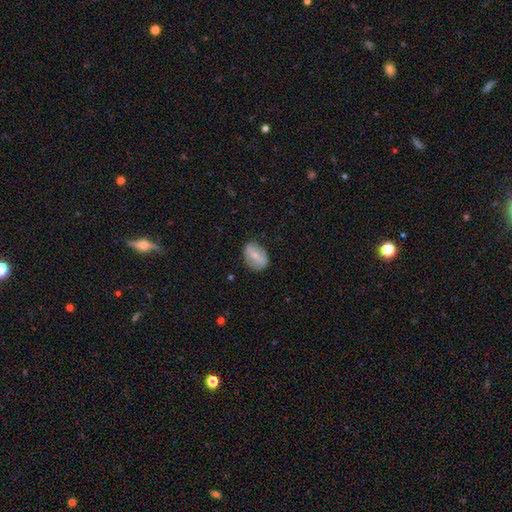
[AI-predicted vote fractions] This is possibly a featured or disk galaxy (49%). Merging: likely none (80%).